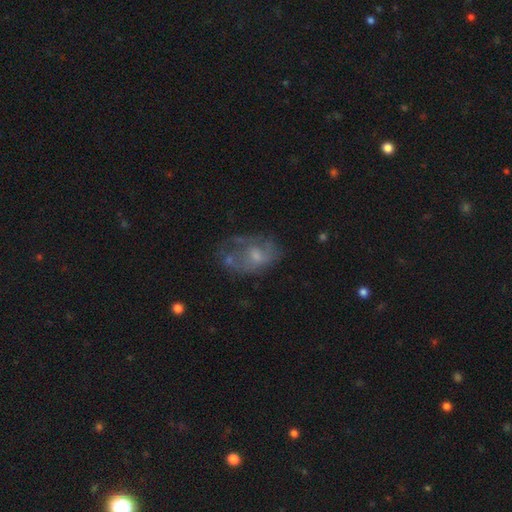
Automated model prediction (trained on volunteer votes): smooth_or_featured: featured or disk (p=0.54) [alt: smooth p=0.36]
disk_edge_on: no (p=0.96) [alt: yes p=0.04]
bar: no (p=0.70) [alt: weak p=0.26]
has_spiral_arms: no (p=0.64) [alt: yes p=0.36]
bulge_size: small (p=0.40) [alt: moderate p=0.39]
merging: none (p=0.39) [alt: major disturbance p=0.30]